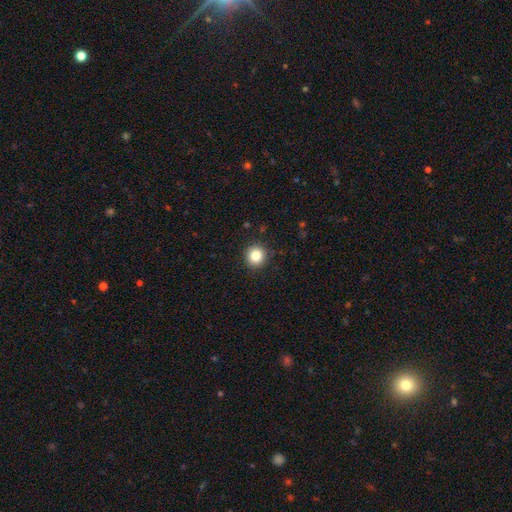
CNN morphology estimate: Q: Smooth or featured?
A: smooth (83%); runner-up: star or artifact (11%)
Q: How rounded?
A: round (93%); runner-up: in between (6%)
Q: Merging?
A: none (91%); runner-up: minor disturbance (6%)